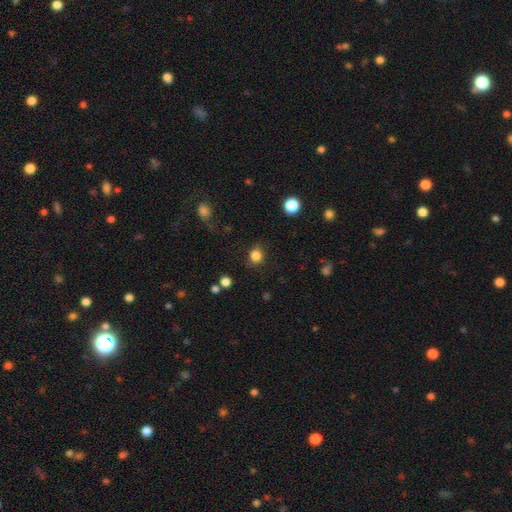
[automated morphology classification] Smooth or featured?
  - smooth: 84% *
  - star or artifact: 12%
  - featured or disk: 5%
How rounded?
  - round: 77% *
  - in between: 22%
  - cigar-shaped: 1%
Merging?
  - none: 78% *
  - minor disturbance: 15%
  - major disturbance: 5%
  - merger: 2%